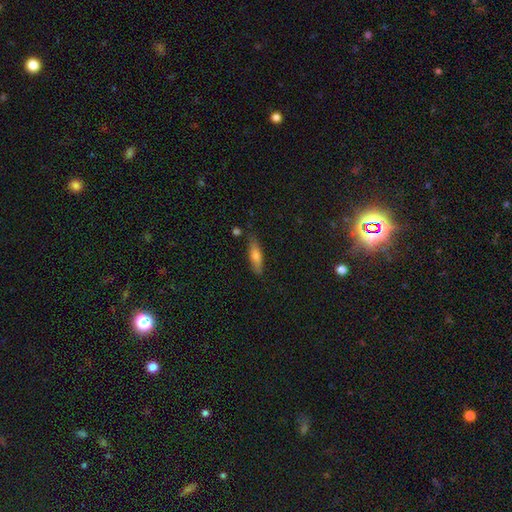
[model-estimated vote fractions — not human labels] This appears to be a smooth galaxy with no disk features (66%) that is cigar-shaped (63%). Merging: none (77%).